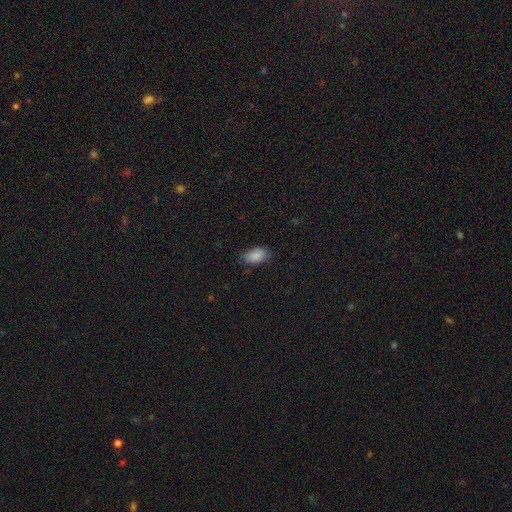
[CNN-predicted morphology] smooth-or-featured: smooth: 89% | star or artifact: 7% | featured or disk: 4%
  how-rounded: in between: 93% | round: 5% | cigar-shaped: 2%
  merging: none: 79% | minor disturbance: 17% | major disturbance: 3% | merger: 1%